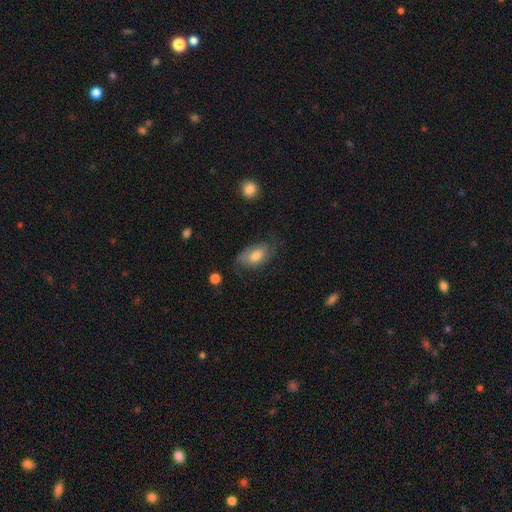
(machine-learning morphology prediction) A smooth galaxy with no disk features (60%) that is in between round and cigar-shaped (90%).

Vote fractions:
- Smooth or featured? smooth: 60% / featured or disk: 33% / star or artifact: 7%
- How rounded? in between: 90% / round: 6% / cigar-shaped: 3%
- Merging? none: 58% / minor disturbance: 27% / major disturbance: 13% / merger: 2%